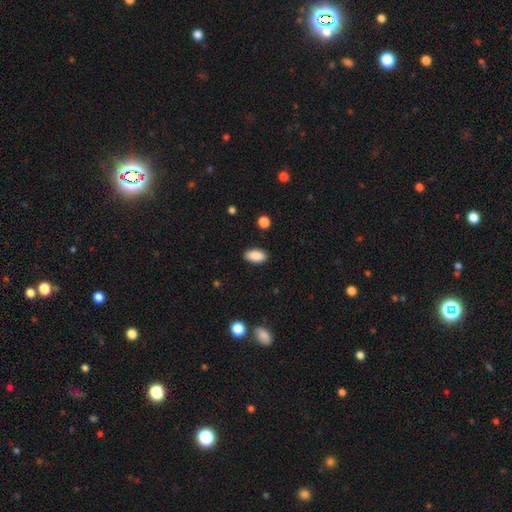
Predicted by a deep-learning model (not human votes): This is clearly a smooth galaxy (87%). How rounded: clearly in between (92%). Merging: clearly none (88%).